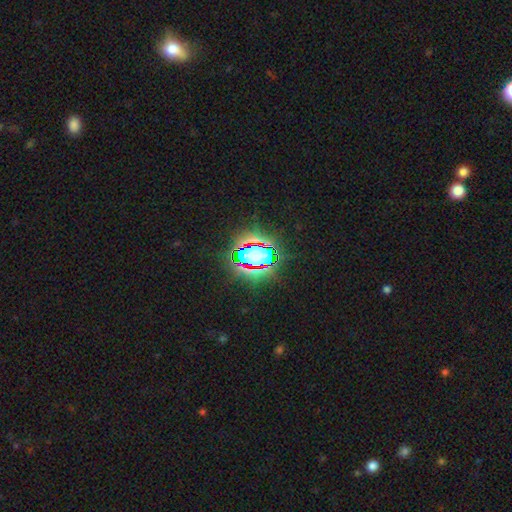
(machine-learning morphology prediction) A star or artifact, not a galaxy (70%).

Vote fractions:
- Smooth or featured? star or artifact: 70% / smooth: 18% / featured or disk: 12%